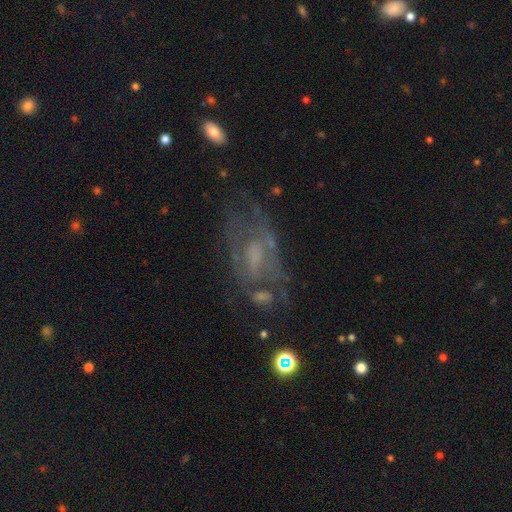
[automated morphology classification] smooth_or_featured: featured or disk (p=0.64) [alt: smooth p=0.21]
disk_edge_on: no (p=0.92) [alt: yes p=0.08]
bar: no (p=0.55) [alt: weak p=0.36]
has_spiral_arms: yes (p=0.52) [alt: no p=0.48]
bulge_size: small (p=0.33) [alt: none p=0.32]
merging: none (p=0.52) [alt: minor disturbance p=0.21]